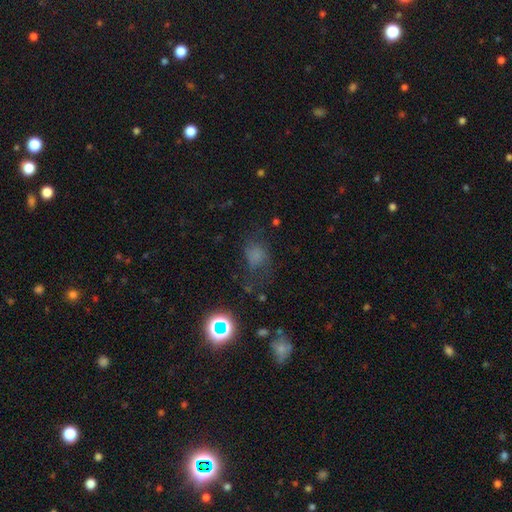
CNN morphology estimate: This is possibly a smooth galaxy (59%). How rounded: possibly round (51%). Merging: possibly none (49%).